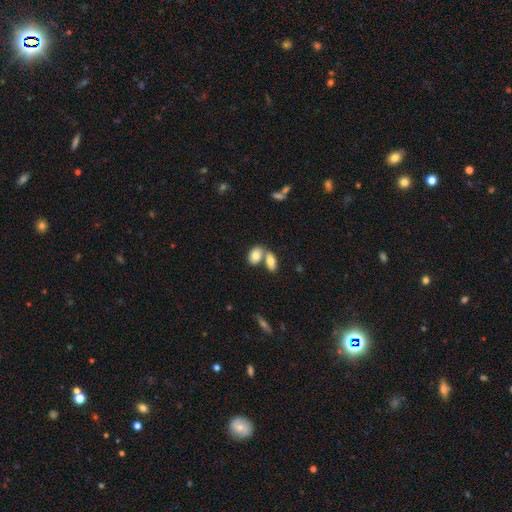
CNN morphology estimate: smooth_or_featured: smooth (p=0.80) [alt: featured or disk p=0.13]
how_rounded: in between (p=0.86) [alt: round p=0.11]
merging: merger (p=0.49) [alt: none p=0.39]